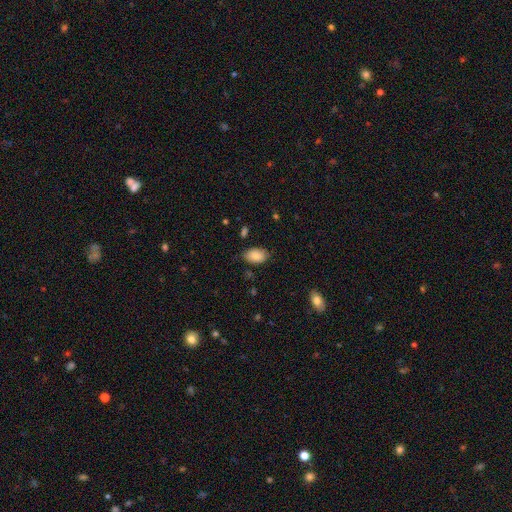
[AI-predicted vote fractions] Smooth or featured: smooth — 85% (featured or disk — 7%)
How rounded: in between — 93% (round — 6%)
Merging: none — 79% (minor disturbance — 16%)